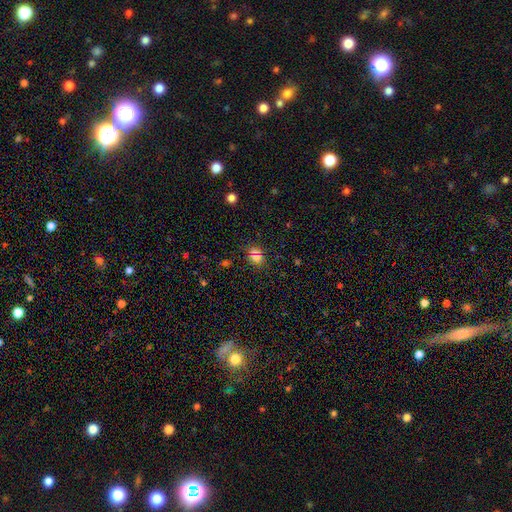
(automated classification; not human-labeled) Smooth or featured?
  - smooth: 63% *
  - star or artifact: 30%
  - featured or disk: 8%
How rounded?
  - round: 62% *
  - in between: 36%
  - cigar-shaped: 2%
Merging?
  - none: 85% *
  - minor disturbance: 9%
  - major disturbance: 3%
  - merger: 3%